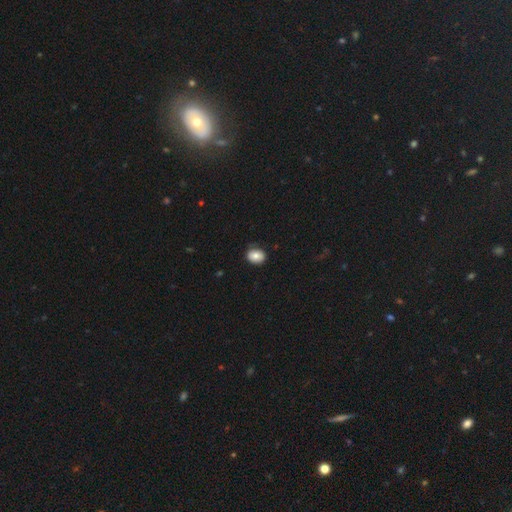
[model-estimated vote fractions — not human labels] Smooth or featured: smooth — 82% (featured or disk — 10%)
How rounded: in between — 59% (round — 40%)
Merging: none — 81% (minor disturbance — 15%)